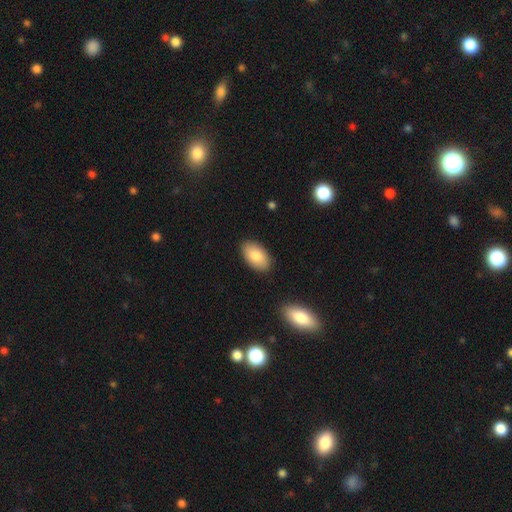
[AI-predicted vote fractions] smooth 83%, featured or disk 11%, star or artifact 6%. Down the decision tree: how rounded — in between (95%); merging — none (87%).